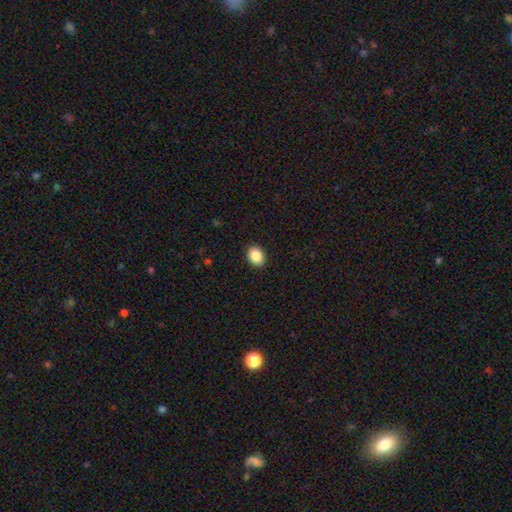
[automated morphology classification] Smooth or featured? smooth (87%)
How rounded? in between (63%)
Merging? none (91%)